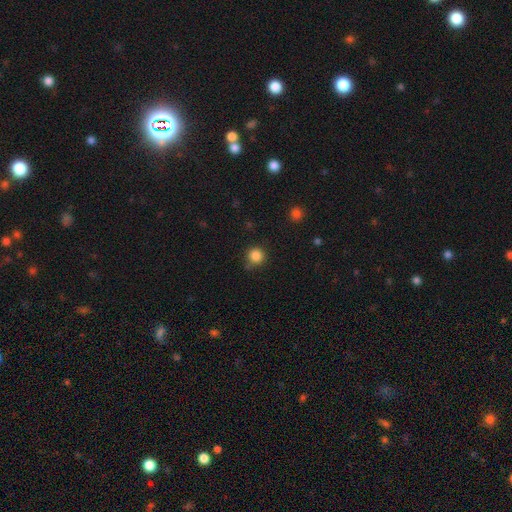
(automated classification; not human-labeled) Smooth or featured: smooth — 85% (star or artifact — 11%)
How rounded: round — 94% (in between — 5%)
Merging: none — 83% (minor disturbance — 10%)